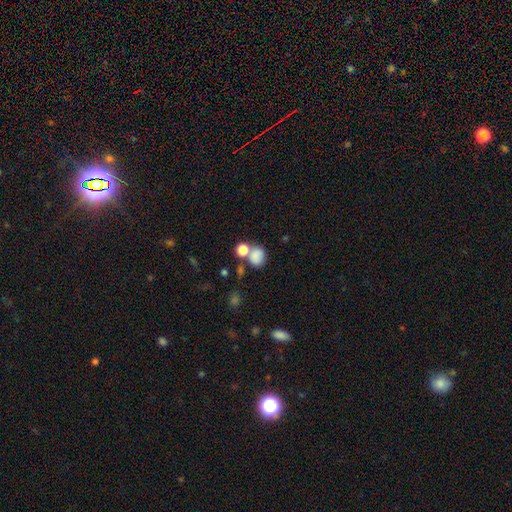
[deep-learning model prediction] A smooth galaxy with no disk features (80%) that is round (65%). Merging: none (43%).